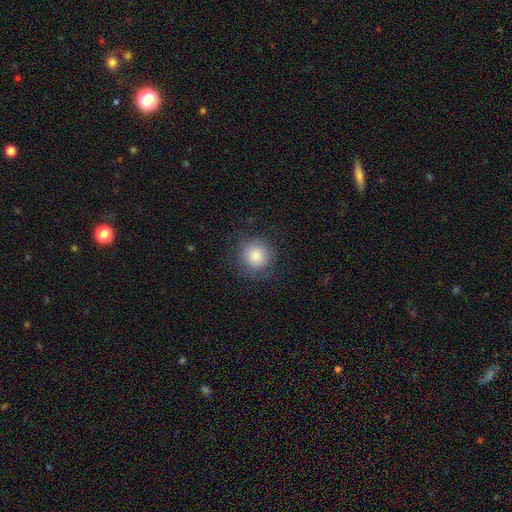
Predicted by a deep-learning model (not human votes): Smooth or featured?
  - smooth: 83% *
  - star or artifact: 9%
  - featured or disk: 8%
How rounded?
  - round: 93% *
  - in between: 6%
  - cigar-shaped: 1%
Merging?
  - none: 82% *
  - minor disturbance: 12%
  - major disturbance: 6%
  - merger: 1%